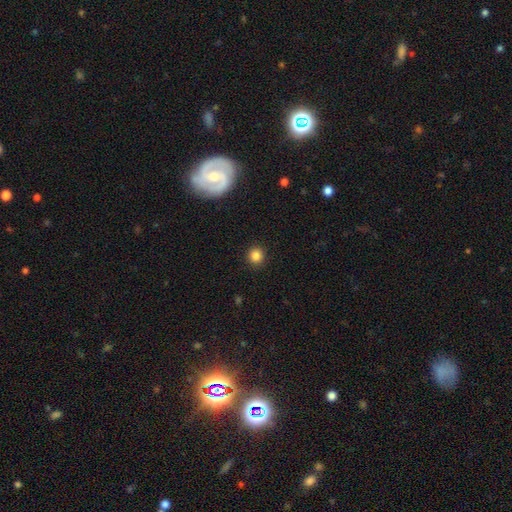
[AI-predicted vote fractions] Smooth or featured?
  - smooth: 84% *
  - star or artifact: 12%
  - featured or disk: 5%
How rounded?
  - round: 91% *
  - in between: 8%
  - cigar-shaped: 1%
Merging?
  - none: 92% *
  - minor disturbance: 5%
  - major disturbance: 2%
  - merger: 1%